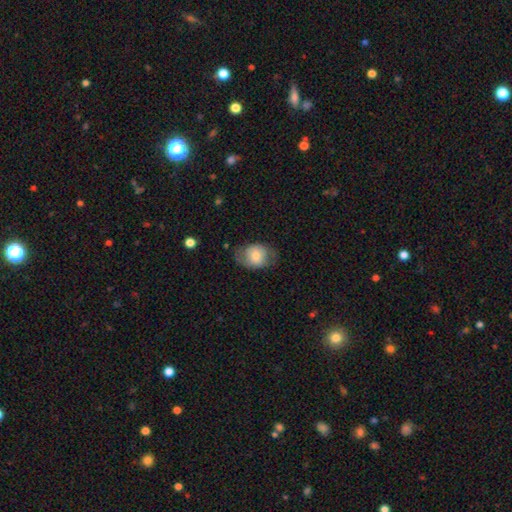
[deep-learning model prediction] A smooth galaxy with no disk features (61%) that is in between round and cigar-shaped (57%).

Vote fractions:
- Smooth or featured? smooth: 61% / featured or disk: 32% / star or artifact: 7%
- How rounded? in between: 57% / round: 42% / cigar-shaped: 1%
- Merging? none: 64% / minor disturbance: 22% / major disturbance: 12% / merger: 1%